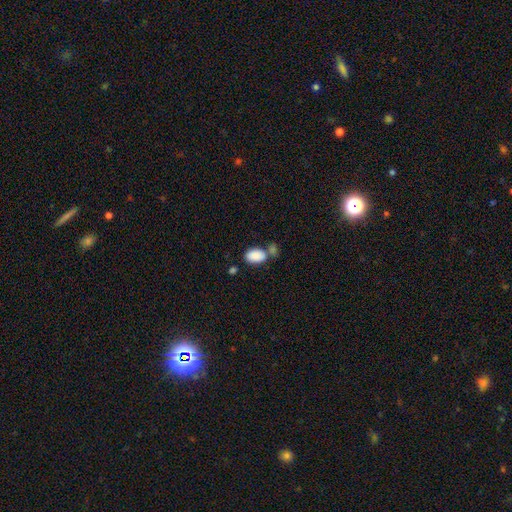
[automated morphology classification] Smooth or featured? Predicted: smooth (p=0.88). How rounded? Predicted: in between (p=0.92). Merging? Predicted: none (p=0.50).